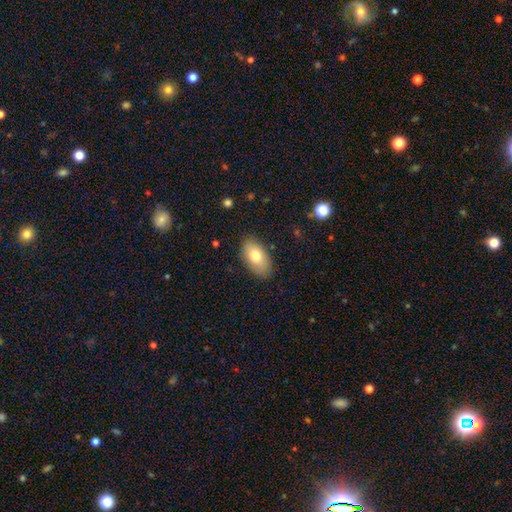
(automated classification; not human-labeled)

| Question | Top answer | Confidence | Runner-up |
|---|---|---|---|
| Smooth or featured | smooth | 76% | featured or disk (17%) |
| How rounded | in between | 93% | round (5%) |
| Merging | none | 84% | minor disturbance (12%) |